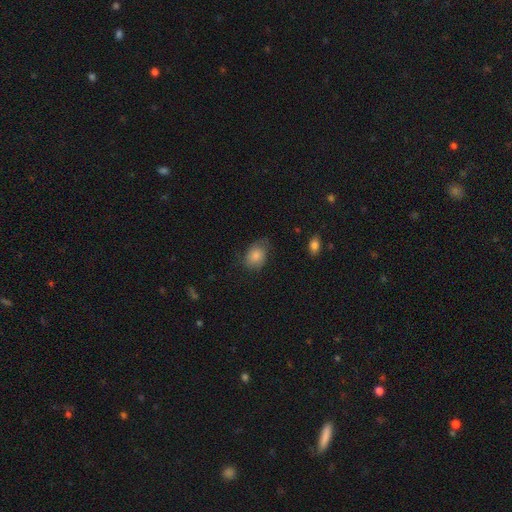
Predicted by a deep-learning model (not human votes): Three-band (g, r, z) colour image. It shows a smooth galaxy with no disk features (80%) that is in between round and cigar-shaped (71%). Merging: none (59%).